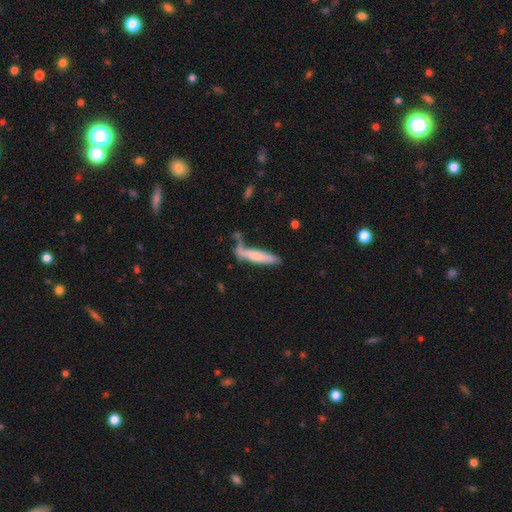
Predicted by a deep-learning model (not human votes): This appears to be a smooth galaxy with no disk features (63%) that is cigar-shaped (84%). Merging: none (52%).